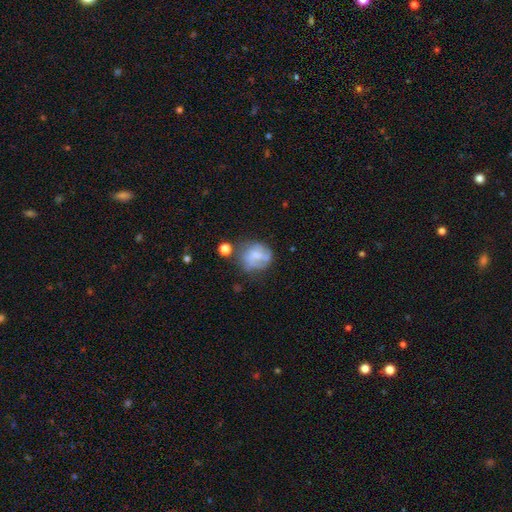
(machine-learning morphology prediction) Smooth or featured? featured or disk (48%)
Merging? none (44%)